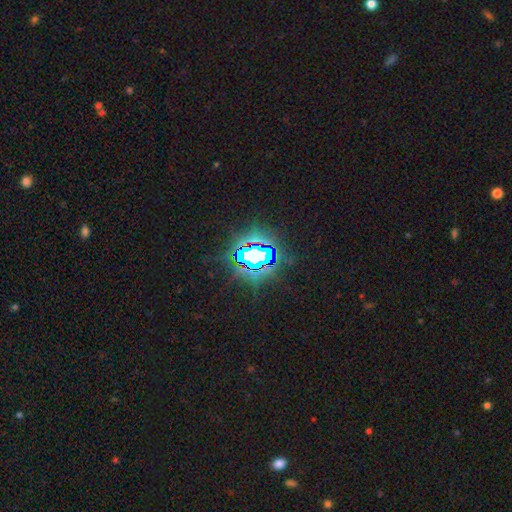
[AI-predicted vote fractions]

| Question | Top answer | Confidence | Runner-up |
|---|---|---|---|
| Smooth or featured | star or artifact | 75% | smooth (13%) |